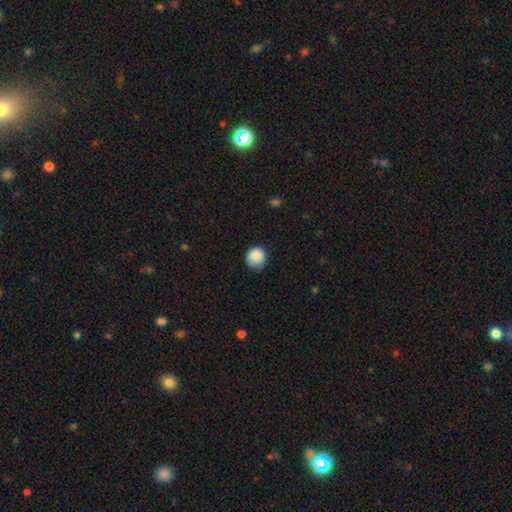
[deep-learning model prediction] smooth_or_featured: smooth (p=0.87) [alt: star or artifact p=0.08]
how_rounded: round (p=0.84) [alt: in between p=0.15]
merging: none (p=0.67) [alt: minor disturbance p=0.27]